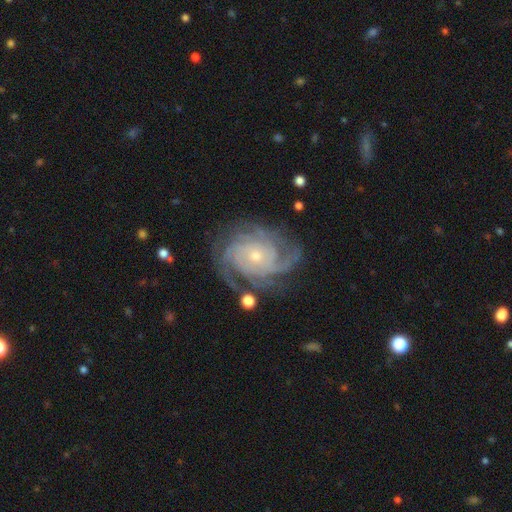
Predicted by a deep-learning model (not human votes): smooth-or-featured: featured or disk: 91% | star or artifact: 5% | smooth: 4%
  disk-edge-on: no: 98% | yes: 2%
    bar: no: 76% | weak: 19% | strong: 5%
    has-spiral-arms: yes: 98% | no: 2%
      spiral-winding: tight: 71% | medium: 25% | loose: 4%
      spiral-arm-count: 4: 36% | 3: 23% | can't tell: 14% | more than 4: 10% | 2: 9% | 1: 6%
    bulge-size: small: 68% | moderate: 28% | large: 1% | none: 1% | dominant: 1%
  merging: none: 75% | minor disturbance: 16% | major disturbance: 7% | merger: 2%